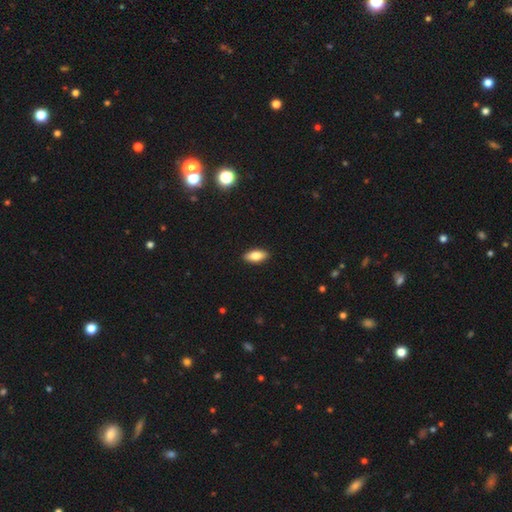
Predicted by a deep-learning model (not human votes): Smooth or featured: smooth — 79% (featured or disk — 14%)
How rounded: in between — 86% (cigar-shaped — 11%)
Merging: none — 90% (minor disturbance — 7%)